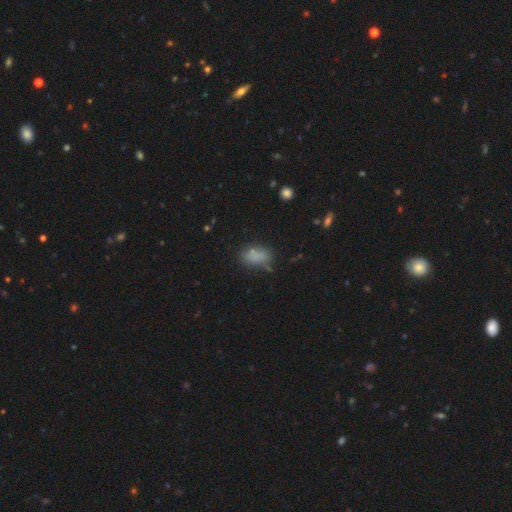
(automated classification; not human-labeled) A smooth galaxy with no disk features (78%) that is in between round and cigar-shaped (87%).

Vote fractions:
- Smooth or featured? smooth: 78% / star or artifact: 12% / featured or disk: 10%
- How rounded? in between: 87% / round: 8% / cigar-shaped: 5%
- Merging? none: 58% / minor disturbance: 23% / merger: 10% / major disturbance: 9%